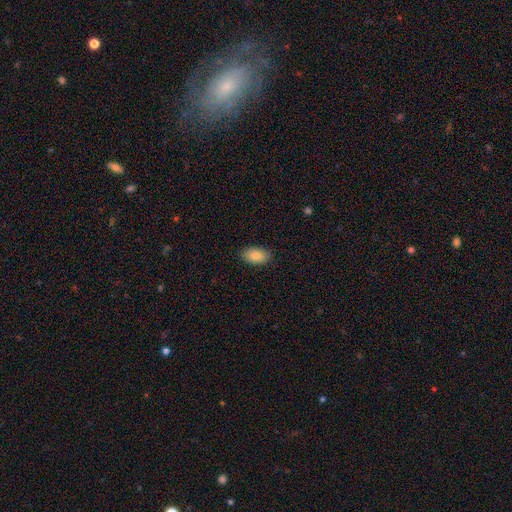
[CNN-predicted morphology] Overall: smooth (82%). How rounded: in between (93%). Merging: none (88%).